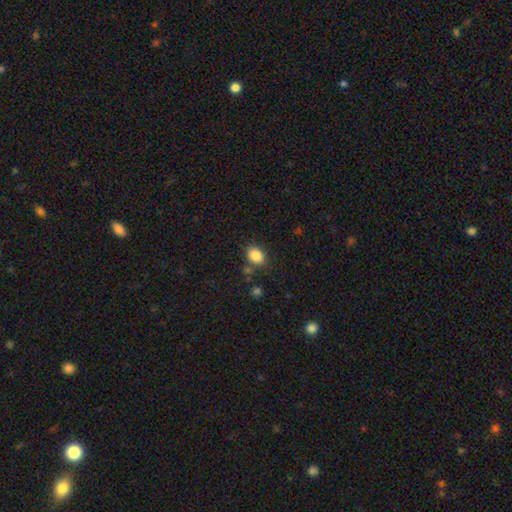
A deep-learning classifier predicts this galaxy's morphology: Smooth or featured? Predicted: smooth (p=0.86). How rounded? Predicted: in between (p=0.68). Merging? Predicted: none (p=0.78).